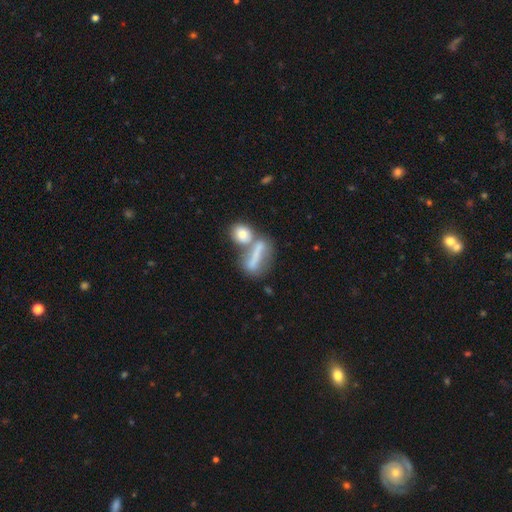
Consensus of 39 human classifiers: Overall: smooth (56%; featured or disk 36%). How rounded: cigar-shaped (68%). Merging: merger (47%; none 31%).